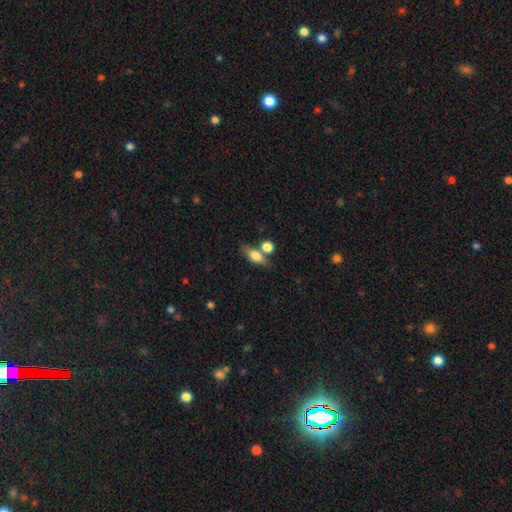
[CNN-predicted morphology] smooth-or-featured: smooth: 72% | featured or disk: 19% | star or artifact: 9%
  how-rounded: in between: 69% | cigar-shaped: 17% | round: 14%
  merging: none: 57% | merger: 23% | minor disturbance: 14% | major disturbance: 5%